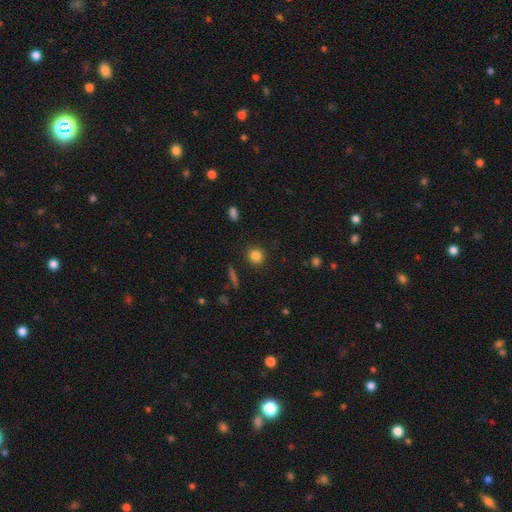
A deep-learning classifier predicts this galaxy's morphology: type=smooth (84%); roundness=round (91%); merging=none (90%).